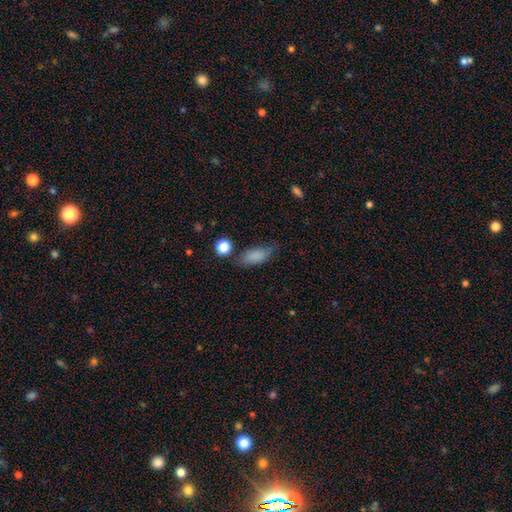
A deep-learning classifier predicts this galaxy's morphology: Smooth or featured? Predicted: smooth (p=0.82). How rounded? Predicted: in between (p=0.82). Merging? Predicted: none (p=0.63).